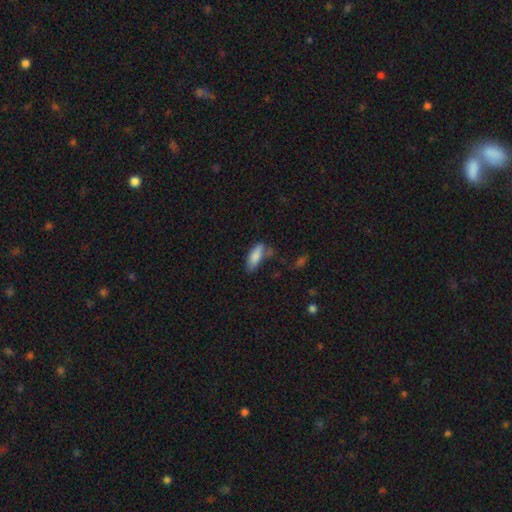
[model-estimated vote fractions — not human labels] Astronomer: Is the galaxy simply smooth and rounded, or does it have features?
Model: smooth — 83%.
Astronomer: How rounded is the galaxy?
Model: in between — 67%.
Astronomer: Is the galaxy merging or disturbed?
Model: none — 51% (runner-up: minor disturbance, 29%).